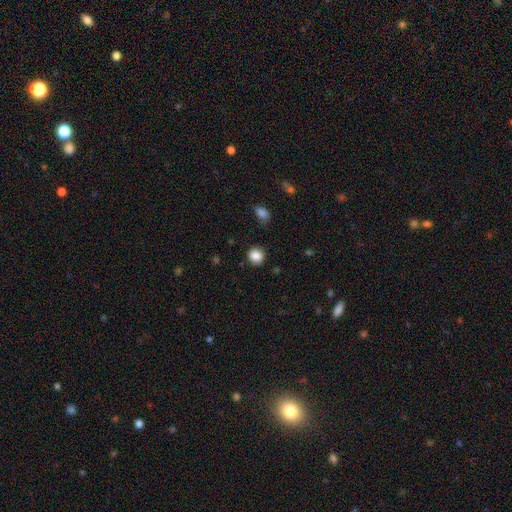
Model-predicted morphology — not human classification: Smooth or featured? Predicted: smooth (p=0.87). How rounded? Predicted: round (p=0.86). Merging? Predicted: none (p=0.87).